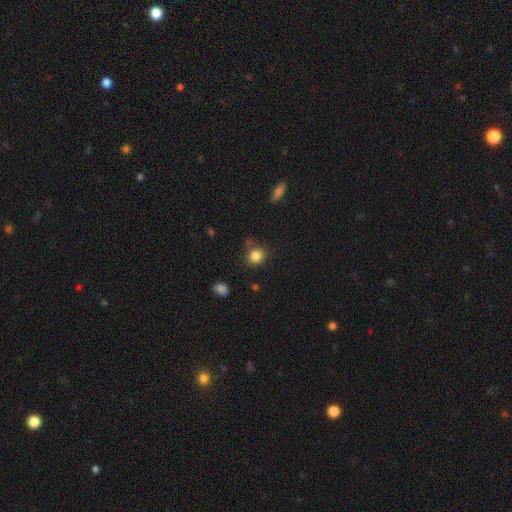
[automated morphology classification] Overall: smooth (84%). How rounded: round (85%). Merging: none (77%).